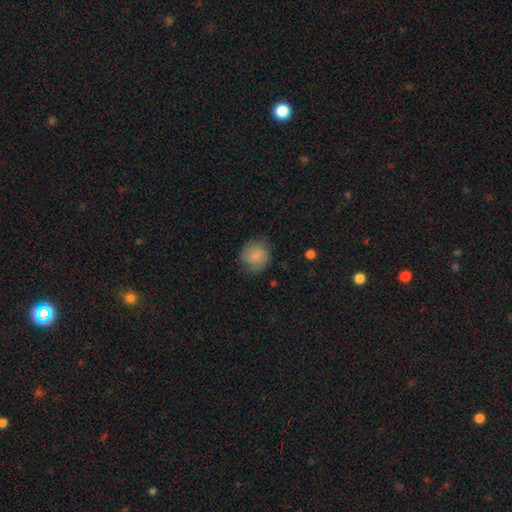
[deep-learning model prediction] A smooth galaxy with no disk features (82%) that is round (83%). Merging: none (75%).